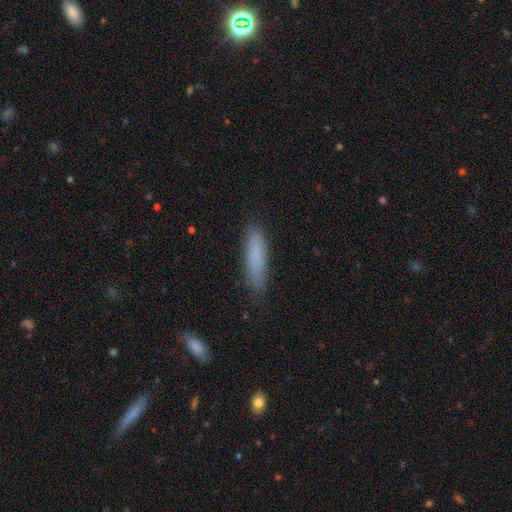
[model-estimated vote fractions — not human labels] Smooth or featured? smooth (79%)
How rounded? cigar-shaped (78%)
Merging? none (80%)